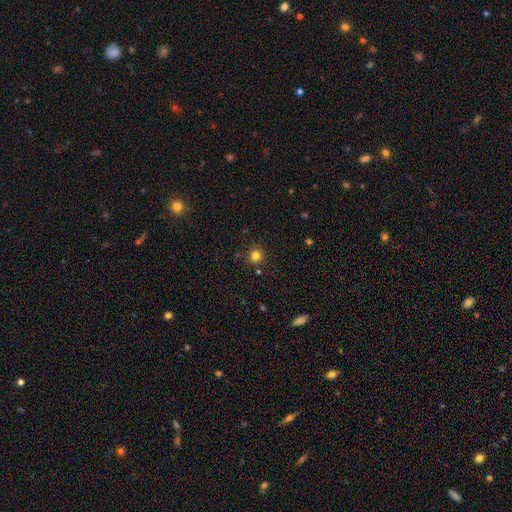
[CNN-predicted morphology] The model was most divided on "smooth or featured": smooth: 81%, star or artifact: 14%, featured or disk: 5%. More confident: how rounded — round (92%); merging — none (88%).